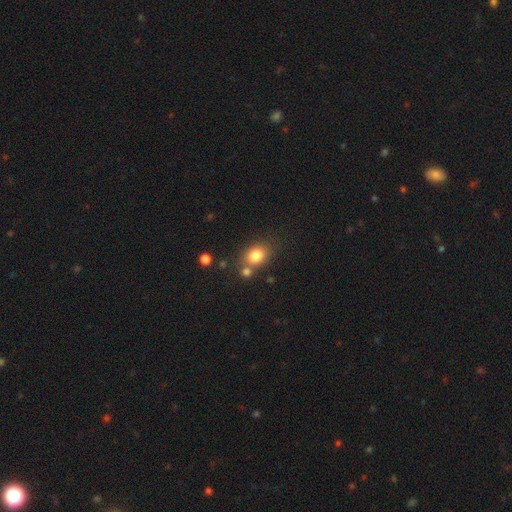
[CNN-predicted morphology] smooth_or_featured: smooth (p=0.81) [alt: star or artifact p=0.11]
how_rounded: in between (p=0.55) [alt: round p=0.44]
merging: none (p=0.61) [alt: merger p=0.22]